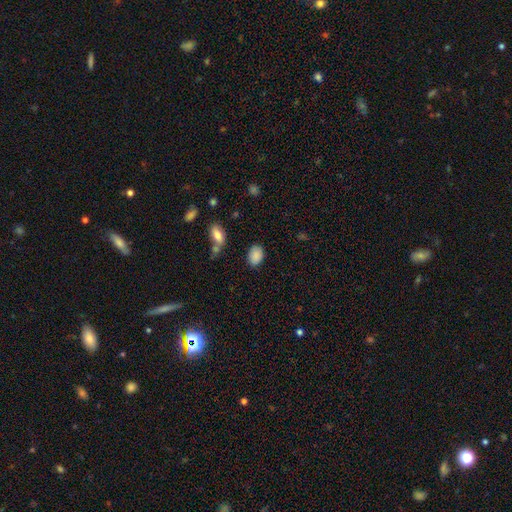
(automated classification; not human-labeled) A smooth galaxy with no disk features (88%) that is in between round and cigar-shaped (82%). Merging: none (79%).